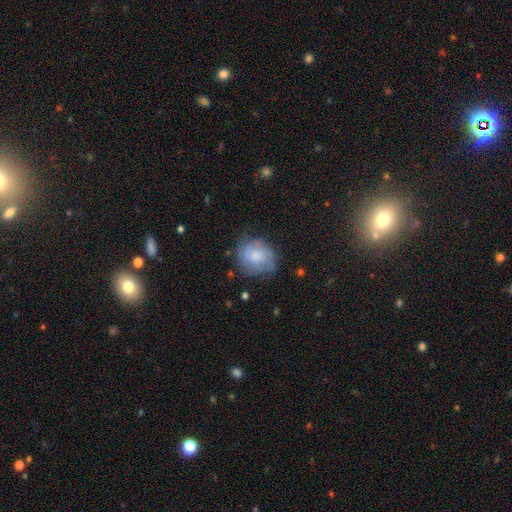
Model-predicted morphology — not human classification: This is possibly a featured or disk galaxy (48%). Merging: likely none (66%).